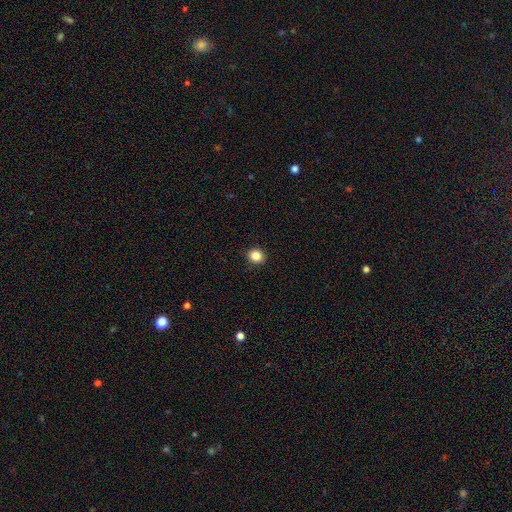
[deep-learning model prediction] Morphology: type=smooth (86%); roundness=round (81%); merging=none (92%).